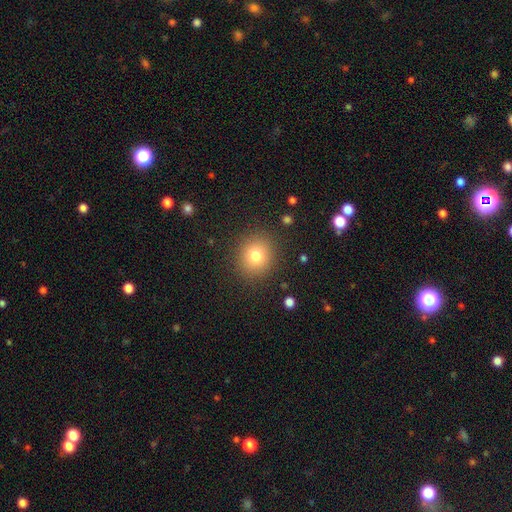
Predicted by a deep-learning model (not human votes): Smooth or featured? Predicted: smooth (p=0.78). How rounded? Predicted: round (p=0.84). Merging? Predicted: none (p=0.88).